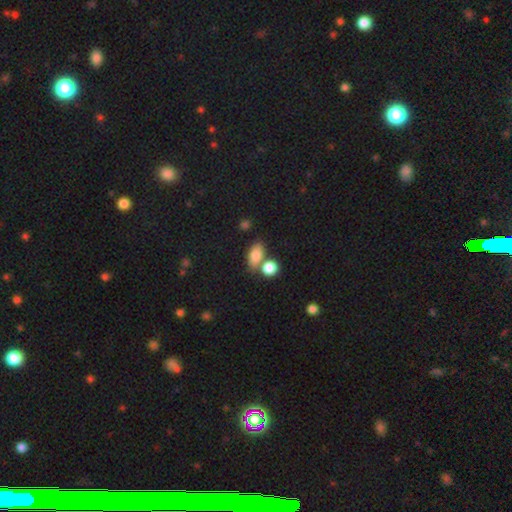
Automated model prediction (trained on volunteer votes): The model was most divided on "merging": none: 52%, merger: 31%, minor disturbance: 12%, major disturbance: 4%. More confident: how rounded — in between (83%); smooth or featured — smooth (82%).